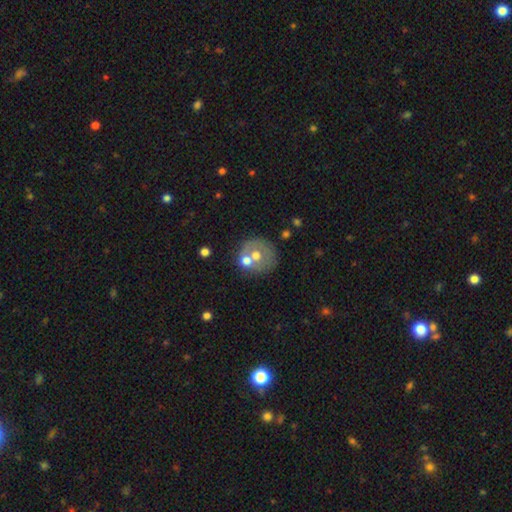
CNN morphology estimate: Smooth or featured? smooth (50%)
How rounded? round (83%)
Merging? none (46%)